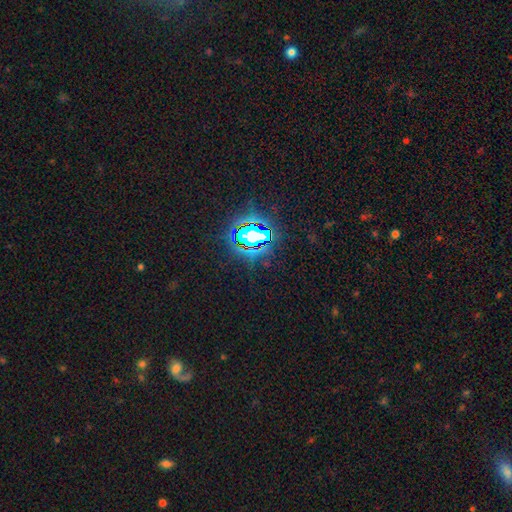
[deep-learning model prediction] Smooth or featured? star or artifact (82%)